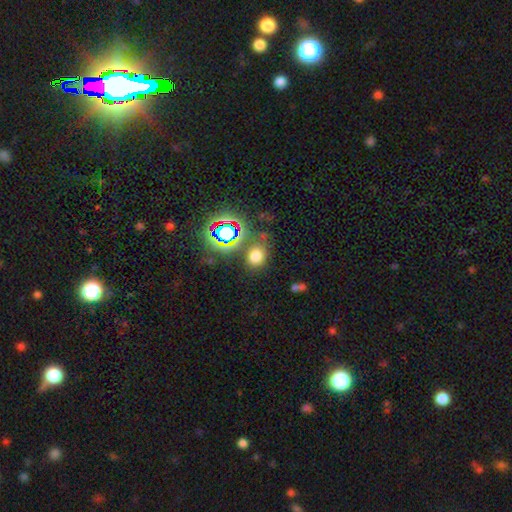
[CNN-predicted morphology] The model was most divided on "how rounded": round: 58%, in between: 41%, cigar-shaped: 1%. More confident: merging — none (74%); smooth or featured — smooth (67%).